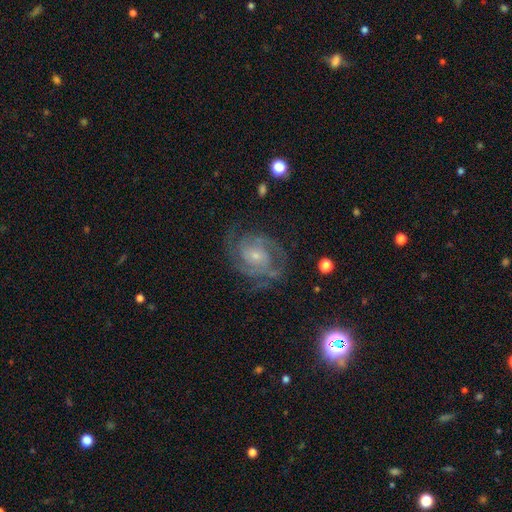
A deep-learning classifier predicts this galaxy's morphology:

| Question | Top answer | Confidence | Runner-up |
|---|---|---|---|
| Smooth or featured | featured or disk | 85% | smooth (8%) |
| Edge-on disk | no | 98% | yes (2%) |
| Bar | no | 64% | weak (30%) |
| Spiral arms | yes | 95% | no (5%) |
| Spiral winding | tight | 55% | medium (37%) |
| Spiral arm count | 2 | 39% | can't tell (22%) |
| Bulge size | small | 74% | moderate (20%) |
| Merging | none | 72% | minor disturbance (16%) |